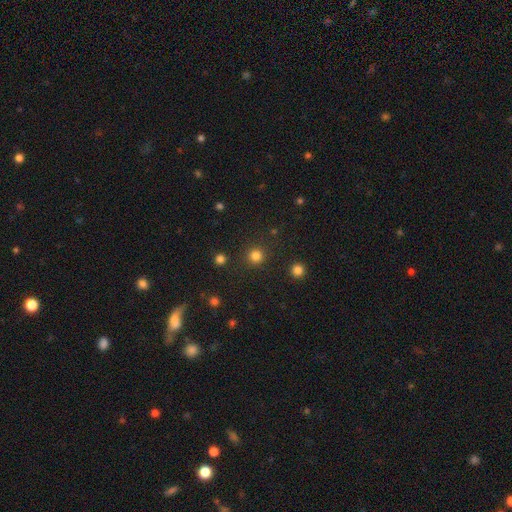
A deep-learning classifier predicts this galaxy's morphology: smooth-or-featured: smooth: 81% | star or artifact: 15% | featured or disk: 4%
  how-rounded: round: 95% | in between: 4% | cigar-shaped: 1%
  merging: none: 90% | minor disturbance: 5% | major disturbance: 2% | merger: 2%